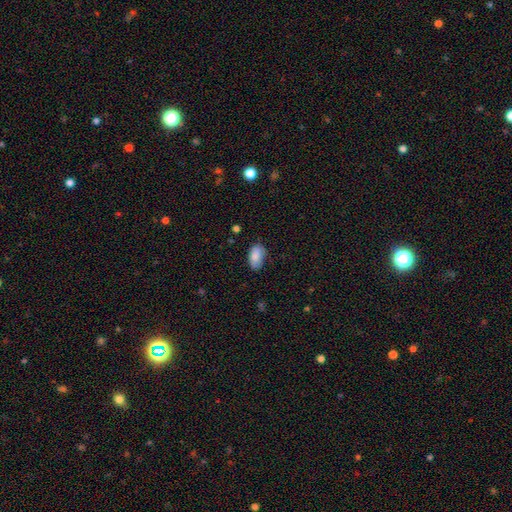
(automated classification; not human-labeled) Overall: smooth (86%). How rounded: in between (93%). Merging: none (77%).